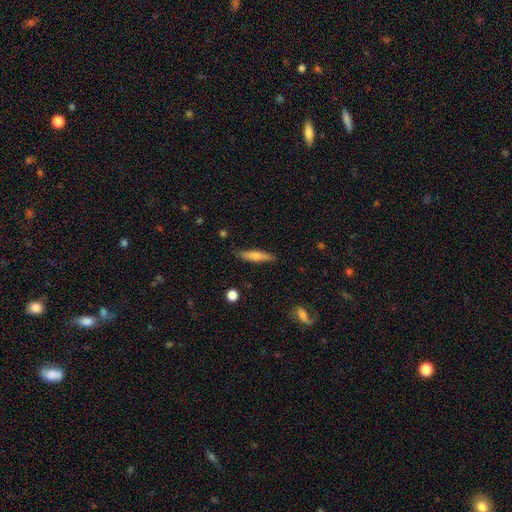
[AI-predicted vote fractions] Morphology: type=smooth (60%); roundness=cigar-shaped (83%); merging=none (86%).